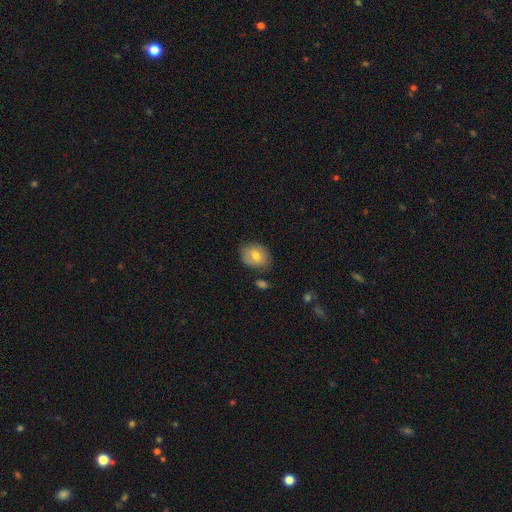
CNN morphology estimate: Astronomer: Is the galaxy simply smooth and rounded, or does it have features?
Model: smooth — 74%.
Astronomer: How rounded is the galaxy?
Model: in between — 61% (runner-up: round, 38%).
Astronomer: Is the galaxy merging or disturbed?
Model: none — 76%.